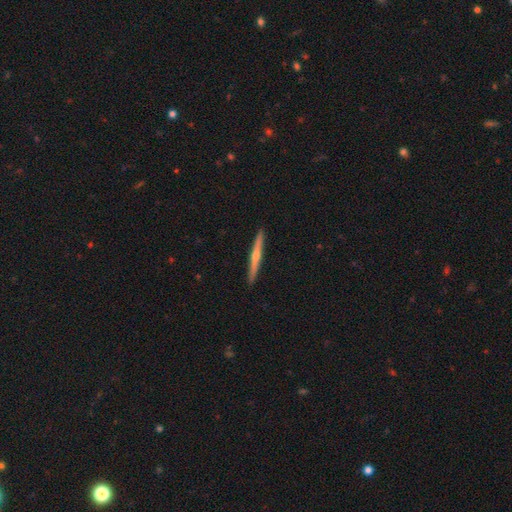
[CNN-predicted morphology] featured or disk 69%, smooth 25%, star or artifact 6%. Down the decision tree: edge-on disk — yes (98%); edge-on bulge — rounded (80%); merging — none (93%).